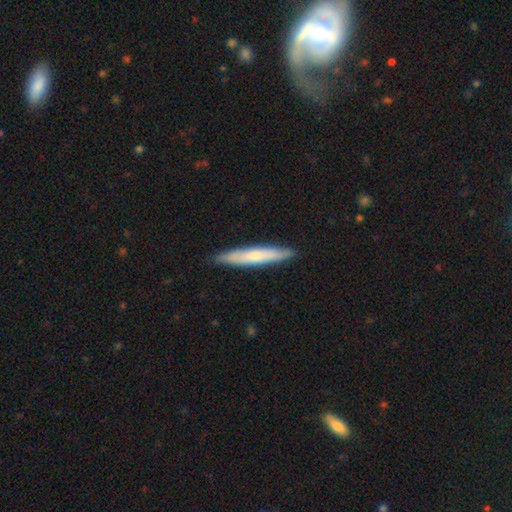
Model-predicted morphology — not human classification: Q: Smooth or featured?
A: smooth (61%); runner-up: featured or disk (34%)
Q: How rounded?
A: cigar-shaped (93%); runner-up: in between (5%)
Q: Merging?
A: none (90%); runner-up: minor disturbance (8%)